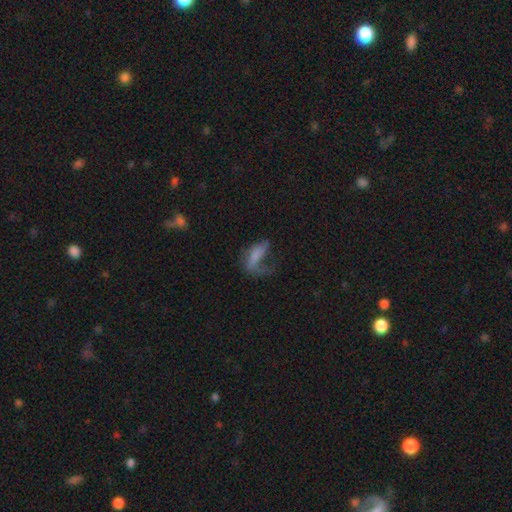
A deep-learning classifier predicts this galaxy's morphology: Overall: smooth (52%; featured or disk 36%). How rounded: in between (70%). Merging: major disturbance (56%; none 22%).